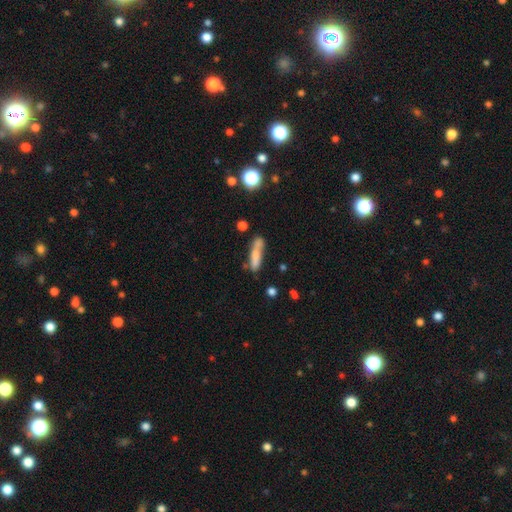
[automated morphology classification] A smooth galaxy with no disk features (71%) that is cigar-shaped (76%).

Vote fractions:
- Smooth or featured? smooth: 71% / featured or disk: 20% / star or artifact: 9%
- How rounded? cigar-shaped: 76% / in between: 22% / round: 2%
- Merging? none: 48% / merger: 21% / minor disturbance: 21% / major disturbance: 9%